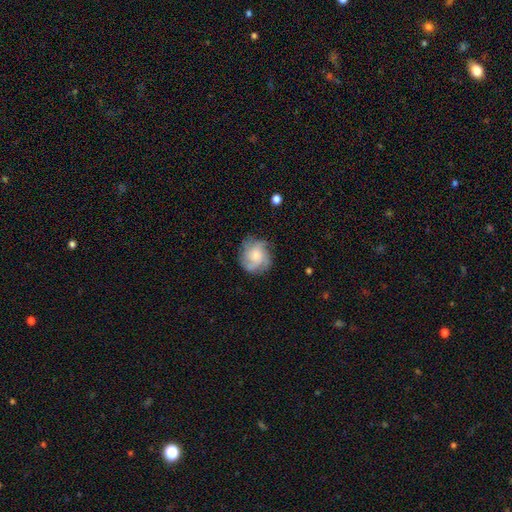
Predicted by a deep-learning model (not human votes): A featured or disk galaxy (63%) with no bar (77%), 3 (32%) tight (43%) spiral arms (92%) and a small central bulge (48%).

Vote fractions:
- Smooth or featured? featured or disk: 63% / smooth: 28% / star or artifact: 9%
- Edge-on disk? no: 98% / yes: 2%
- Bar? no: 77% / weak: 20% / strong: 3%
- Spiral arms? yes: 92% / no: 8%
- Spiral winding? tight: 43% / medium: 40% / loose: 17%
- Spiral arm count? 3: 32% / 4: 25% / can't tell: 23% / 2: 9% / more than 4: 6% / 1: 5%
- Bulge size? small: 48% / moderate: 37% / none: 7% / large: 7% / dominant: 2%
- Merging? none: 75% / minor disturbance: 17% / major disturbance: 7% / merger: 1%